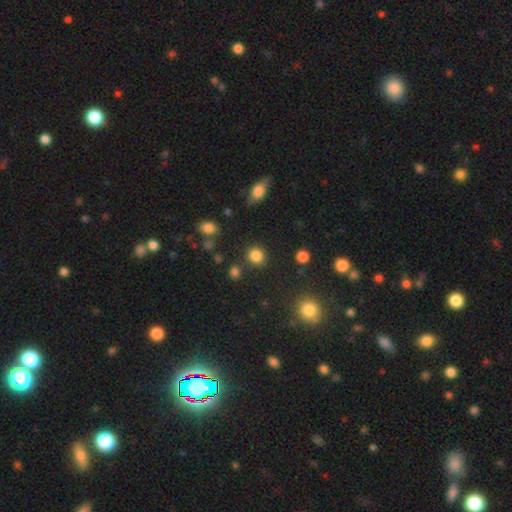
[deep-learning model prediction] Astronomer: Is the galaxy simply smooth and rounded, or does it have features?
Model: smooth — 84%.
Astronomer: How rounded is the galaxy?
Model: round — 81%.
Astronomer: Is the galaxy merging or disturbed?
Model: none — 84%.